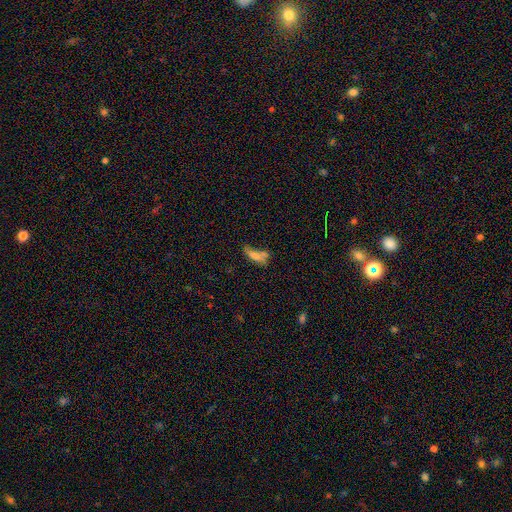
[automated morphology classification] A smooth galaxy with no disk features (60%) that is in between round and cigar-shaped (49%). Merging: none (33%).